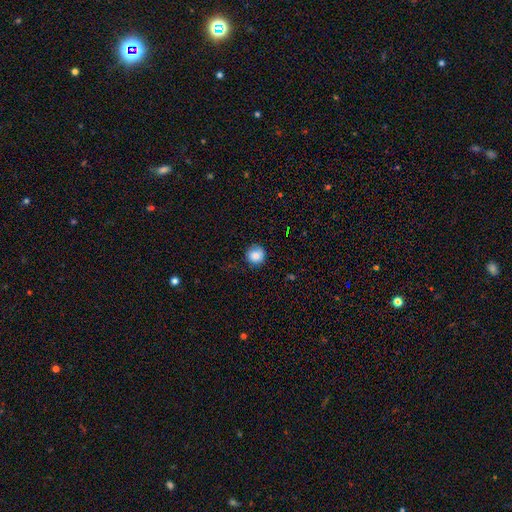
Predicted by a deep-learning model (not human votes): A smooth galaxy with no disk features (83%) that is round (92%).

Vote fractions:
- Smooth or featured? smooth: 83% / star or artifact: 9% / featured or disk: 8%
- How rounded? round: 92% / in between: 7% / cigar-shaped: 1%
- Merging? none: 77% / minor disturbance: 17% / major disturbance: 4% / merger: 1%